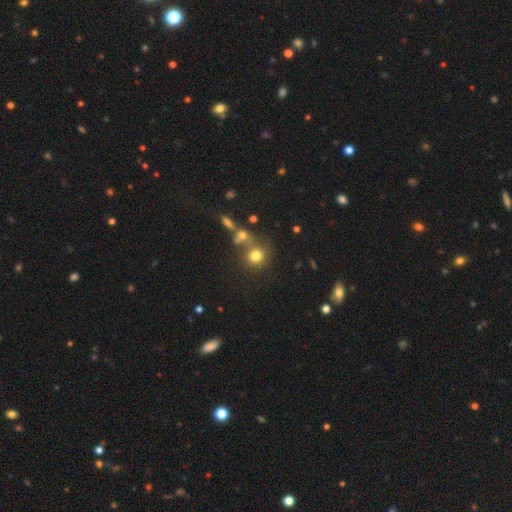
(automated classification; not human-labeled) Smooth or featured? Predicted: smooth (p=0.75). How rounded? Predicted: round (p=0.86). Merging? Predicted: none (p=0.58).